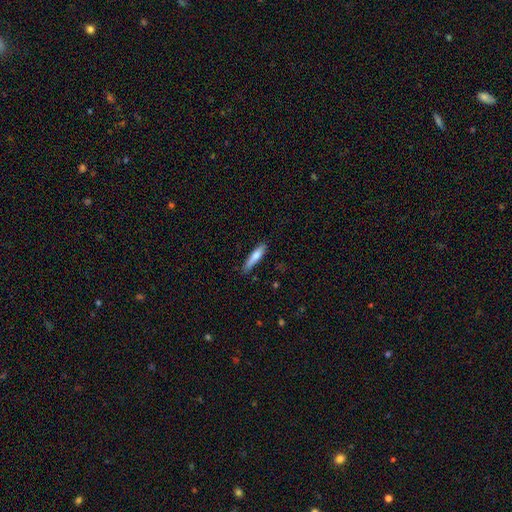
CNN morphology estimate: Smooth or featured?
  - smooth: 73% *
  - featured or disk: 21%
  - star or artifact: 6%
How rounded?
  - cigar-shaped: 83% *
  - in between: 16%
  - round: 1%
Merging?
  - none: 79% *
  - minor disturbance: 17%
  - major disturbance: 3%
  - merger: 2%